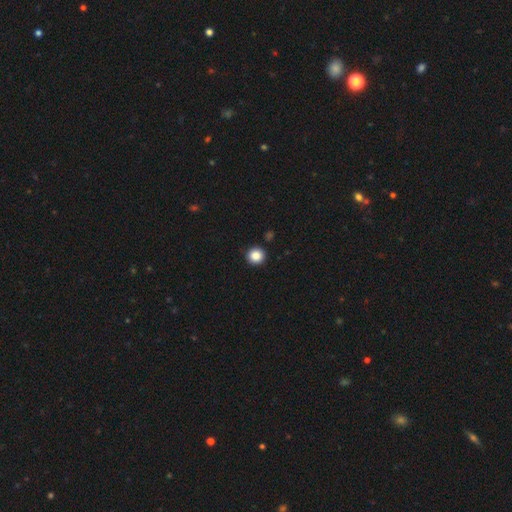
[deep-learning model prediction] smooth_or_featured: smooth (p=0.87) [alt: star or artifact p=0.10]
how_rounded: round (p=0.94) [alt: in between p=0.05]
merging: none (p=0.92) [alt: minor disturbance p=0.05]